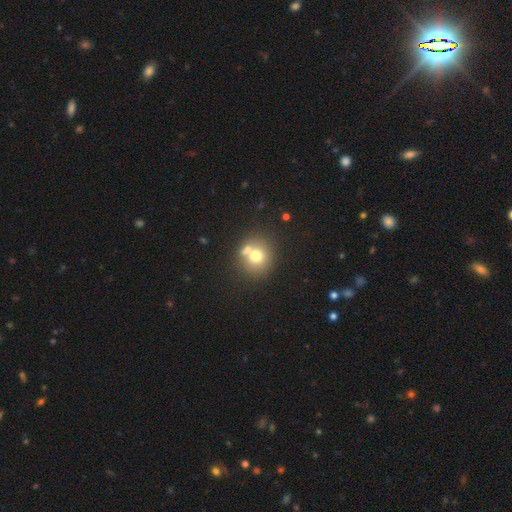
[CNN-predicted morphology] Smooth or featured?
  - smooth: 69% *
  - featured or disk: 17%
  - star or artifact: 13%
How rounded?
  - round: 86% *
  - in between: 13%
  - cigar-shaped: 1%
Merging?
  - none: 58% *
  - merger: 28%
  - minor disturbance: 10%
  - major disturbance: 4%